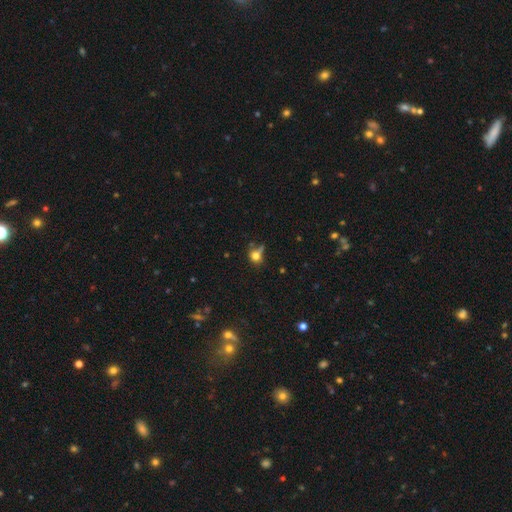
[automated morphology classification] Q: Smooth or featured?
A: smooth (70%); runner-up: star or artifact (16%)
Q: How rounded?
A: round (61%); runner-up: in between (35%)
Q: Merging?
A: none (43%); runner-up: minor disturbance (26%)